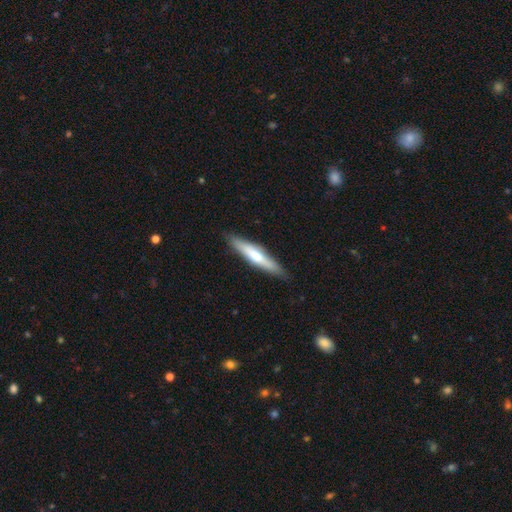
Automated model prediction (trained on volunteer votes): This is possibly a smooth galaxy (51%). How rounded: clearly cigar-shaped (88%). Merging: clearly none (88%).